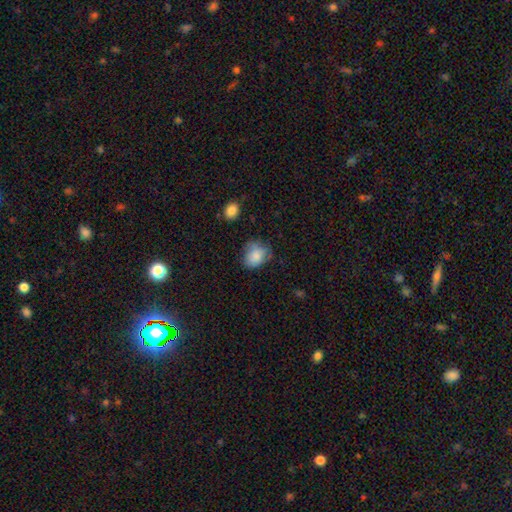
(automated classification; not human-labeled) smooth 83%, featured or disk 9%, star or artifact 9%. Down the decision tree: how rounded — round (52%); merging — none (57%).